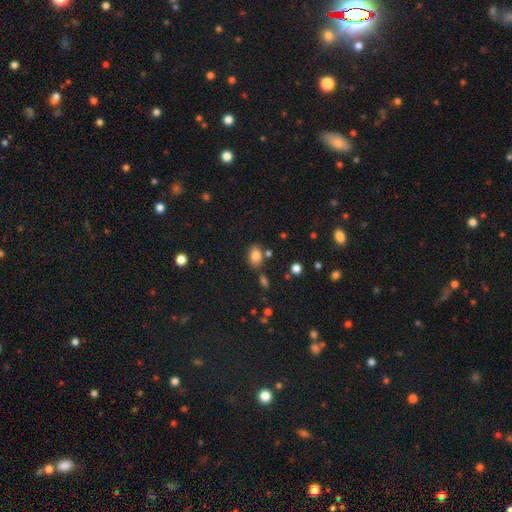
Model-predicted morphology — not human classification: This is clearly a smooth galaxy (81%). How rounded: clearly in between (82%). Merging: likely none (71%).